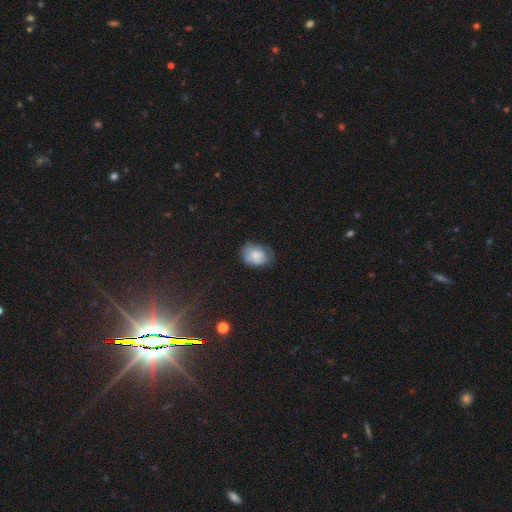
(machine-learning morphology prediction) smooth-or-featured: smooth: 74% | featured or disk: 17% | star or artifact: 9%
  how-rounded: in between: 58% | round: 41% | cigar-shaped: 1%
  merging: none: 55% | minor disturbance: 33% | major disturbance: 11% | merger: 1%